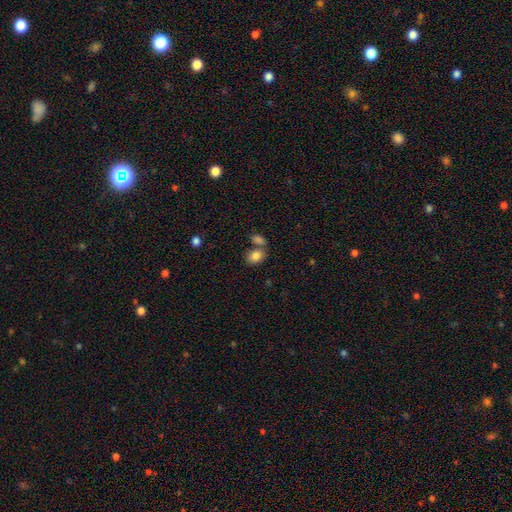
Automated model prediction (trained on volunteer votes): smooth-or-featured: smooth: 84% | star or artifact: 9% | featured or disk: 8%
  how-rounded: in between: 64% | round: 34% | cigar-shaped: 1%
  merging: none: 52% | merger: 32% | minor disturbance: 11% | major disturbance: 4%